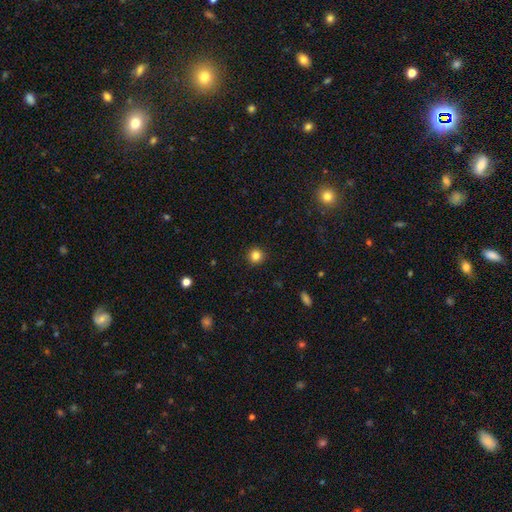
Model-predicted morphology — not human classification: This is clearly a smooth galaxy (83%). How rounded: clearly round (94%). Merging: clearly none (92%).